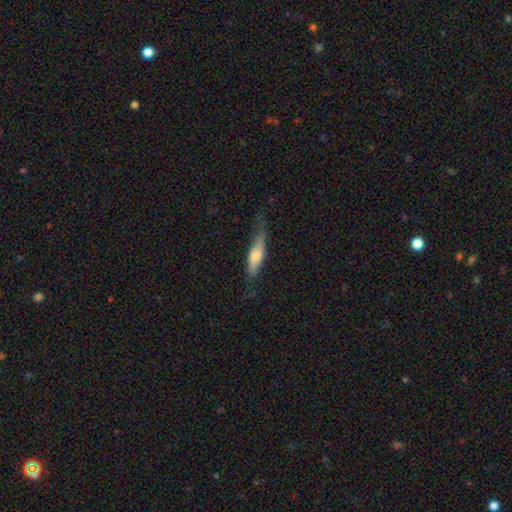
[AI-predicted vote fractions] smooth-or-featured: smooth: 61% | featured or disk: 34% | star or artifact: 6%
  how-rounded: cigar-shaped: 60% | in between: 38% | round: 2%
  merging: none: 57% | minor disturbance: 31% | major disturbance: 10% | merger: 2%